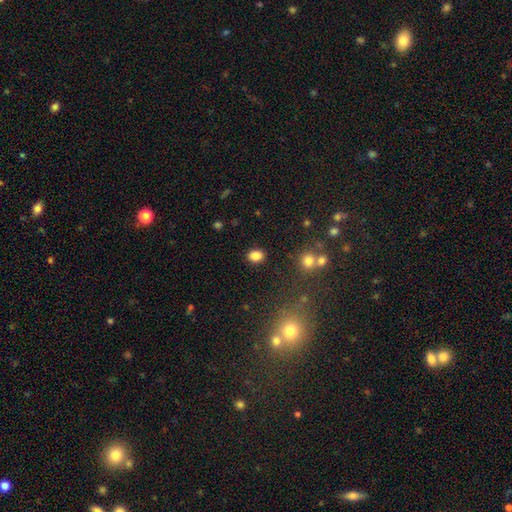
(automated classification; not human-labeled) A smooth galaxy with no disk features (84%) that is in between round and cigar-shaped (65%).

Vote fractions:
- Smooth or featured? smooth: 84% / star or artifact: 11% / featured or disk: 5%
- How rounded? in between: 65% / round: 34% / cigar-shaped: 1%
- Merging? none: 87% / minor disturbance: 8% / major disturbance: 3% / merger: 3%